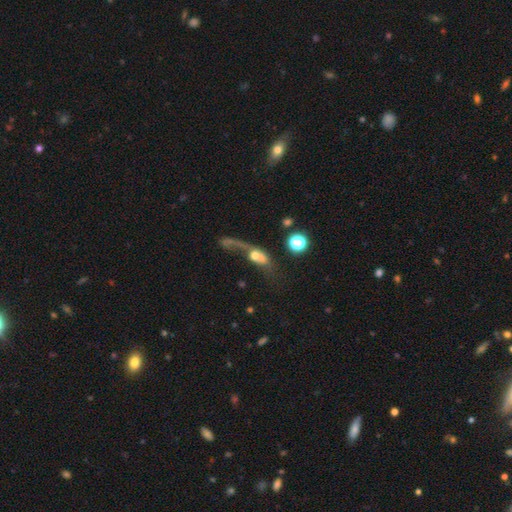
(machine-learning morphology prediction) Q: Smooth or featured?
A: smooth (49%); runner-up: featured or disk (38%)
Q: Merging?
A: major disturbance (51%); runner-up: merger (22%)